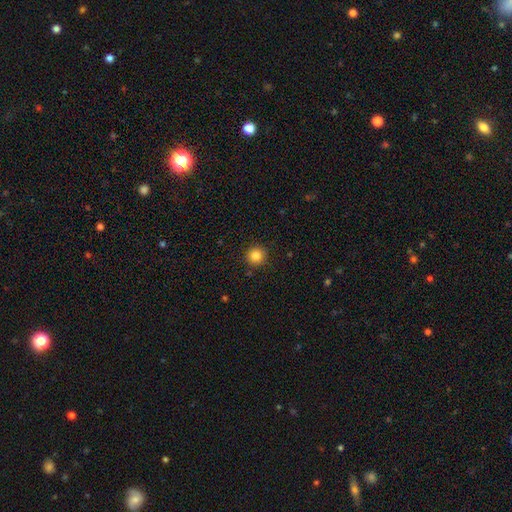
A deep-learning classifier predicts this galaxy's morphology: Smooth or featured: smooth — 84% (star or artifact — 11%)
How rounded: round — 94% (in between — 5%)
Merging: none — 91% (minor disturbance — 6%)